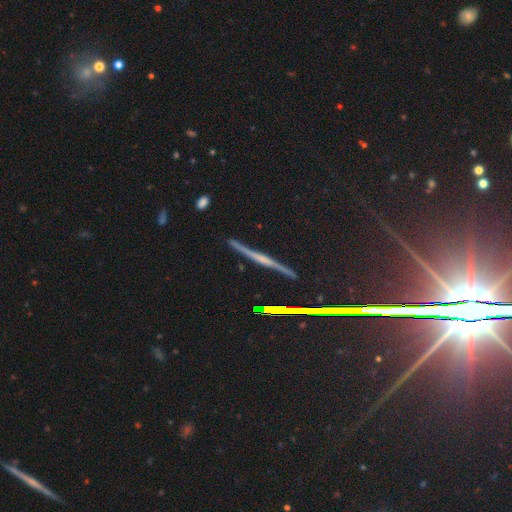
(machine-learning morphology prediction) Smooth or featured? Predicted: featured or disk (p=0.66). Edge-on disk? Predicted: yes (p=0.95). Edge-on bulge? Predicted: rounded (p=0.60). Merging? Predicted: none (p=0.87).